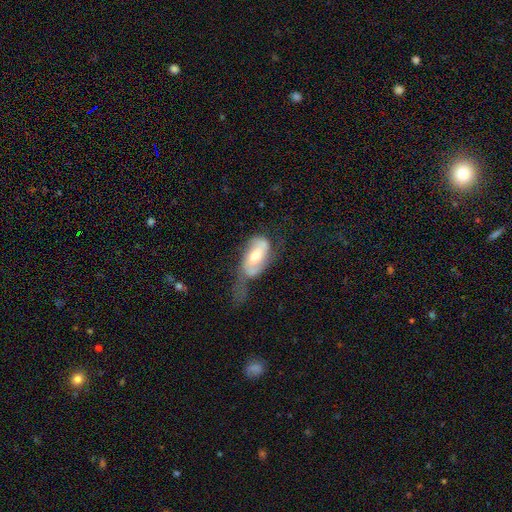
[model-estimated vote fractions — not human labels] This appears to be a featured or disk galaxy (62%) with a weak bar (43%), spiral arms (79%) and a moderate central bulge (61%). Merging: major disturbance (42%).